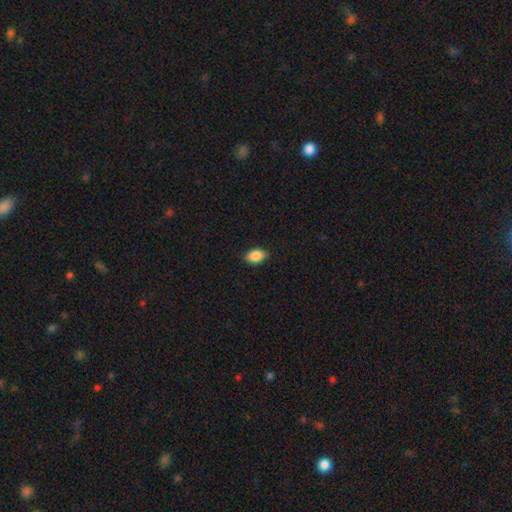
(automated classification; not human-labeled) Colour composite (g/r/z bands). It shows a smooth galaxy with no disk features (89%) that is in between round and cigar-shaped (88%). Merging: none (87%).